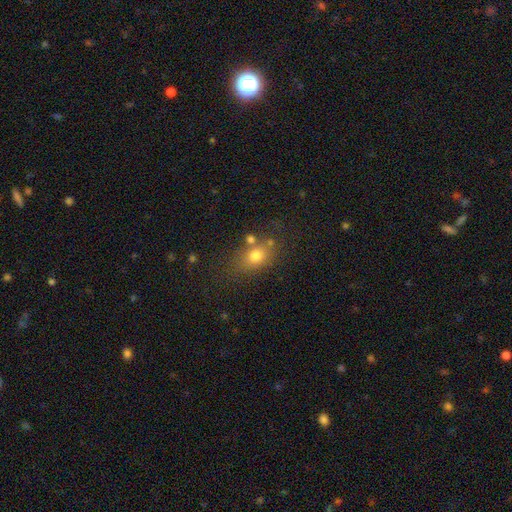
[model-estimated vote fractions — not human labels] Smooth or featured? smooth (74%)
How rounded? in between (62%)
Merging? none (65%)